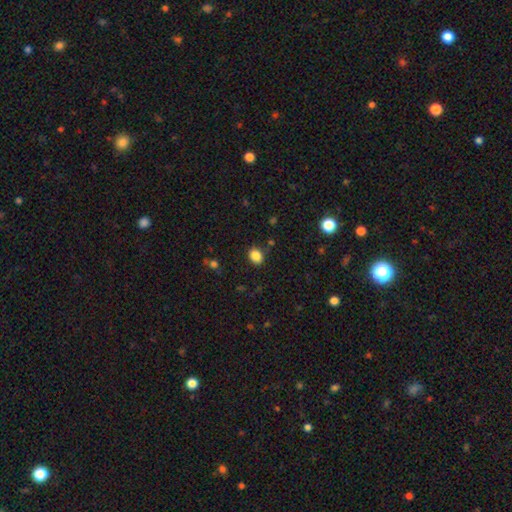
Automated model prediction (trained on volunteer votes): smooth 85%, star or artifact 10%, featured or disk 4%. Down the decision tree: how rounded — in between (51%); merging — none (86%).